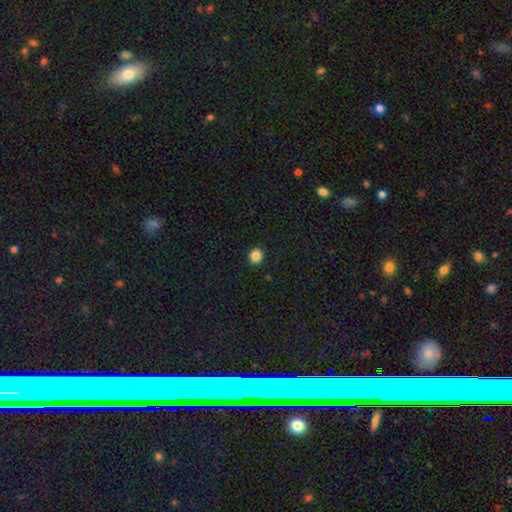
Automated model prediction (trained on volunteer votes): smooth_or_featured: smooth (p=0.86) [alt: star or artifact p=0.10]
how_rounded: round (p=0.82) [alt: in between p=0.17]
merging: none (p=0.92) [alt: minor disturbance p=0.05]